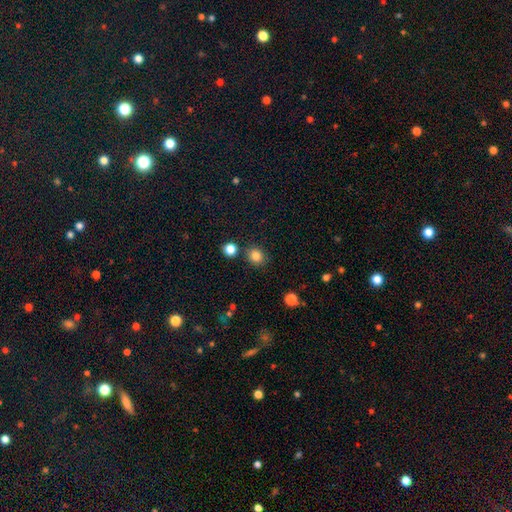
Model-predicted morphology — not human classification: Smooth or featured? smooth (84%)
How rounded? round (79%)
Merging? none (83%)